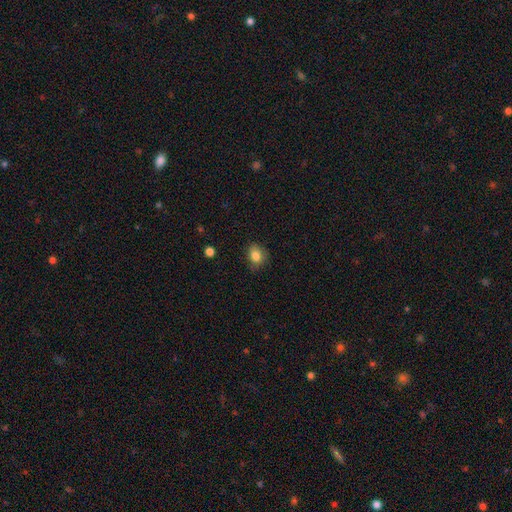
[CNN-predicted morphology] A smooth galaxy with no disk features (82%) that is round (52%).

Vote fractions:
- Smooth or featured? smooth: 82% / star or artifact: 10% / featured or disk: 8%
- How rounded? round: 52% / in between: 47% / cigar-shaped: 1%
- Merging? none: 75% / minor disturbance: 20% / major disturbance: 4% / merger: 1%